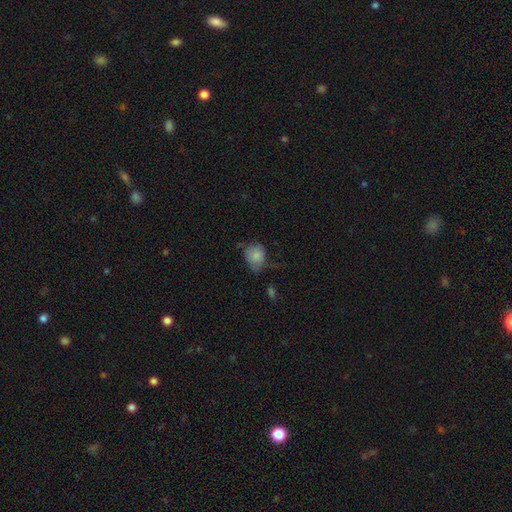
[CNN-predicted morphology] smooth-or-featured: smooth: 79% | featured or disk: 12% | star or artifact: 9%
  how-rounded: round: 52% | in between: 47% | cigar-shaped: 1%
  merging: none: 43% | minor disturbance: 36% | major disturbance: 17% | merger: 4%